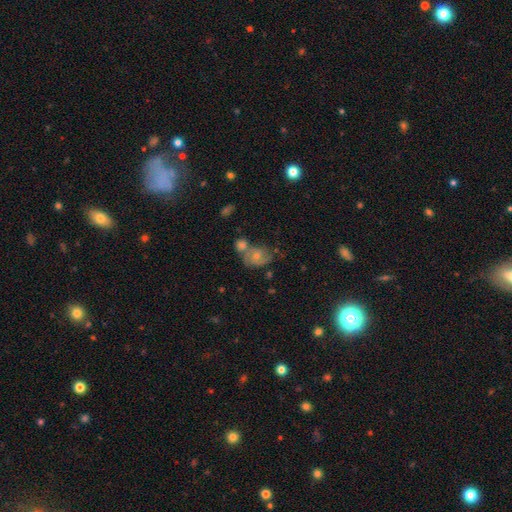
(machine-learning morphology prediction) Smooth or featured?
  - featured or disk: 61% *
  - smooth: 29%
  - star or artifact: 10%
Edge-on disk?
  - no: 97% *
  - yes: 3%
Bar?
  - no: 67% *
  - weak: 28%
  - strong: 5%
Spiral arms?
  - yes: 85% *
  - no: 15%
Bulge size?
  - moderate: 48% *
  - small: 44%
  - none: 4%
  - large: 3%
  - dominant: 1%
Merging?
  - none: 38% *
  - merger: 35%
  - minor disturbance: 17%
  - major disturbance: 9%